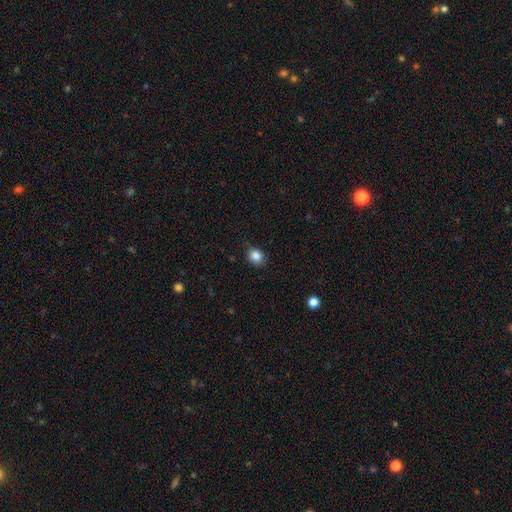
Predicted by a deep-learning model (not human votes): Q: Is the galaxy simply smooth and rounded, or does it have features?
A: smooth — 86%.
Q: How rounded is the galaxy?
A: round — 50%.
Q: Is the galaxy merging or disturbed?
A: none — 78%.